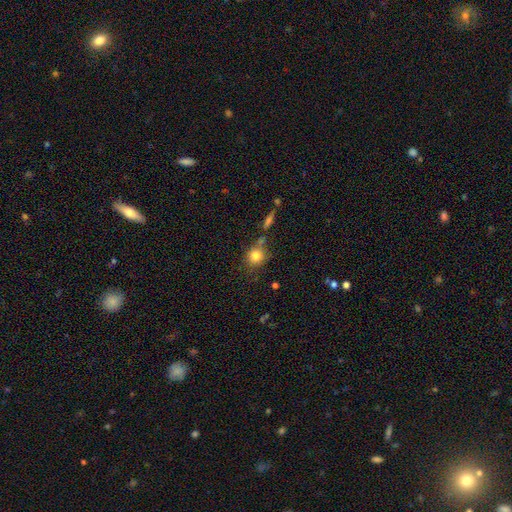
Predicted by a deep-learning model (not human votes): Q: Smooth or featured?
A: smooth (81%); runner-up: star or artifact (11%)
Q: How rounded?
A: round (80%); runner-up: in between (19%)
Q: Merging?
A: none (67%); runner-up: minor disturbance (15%)